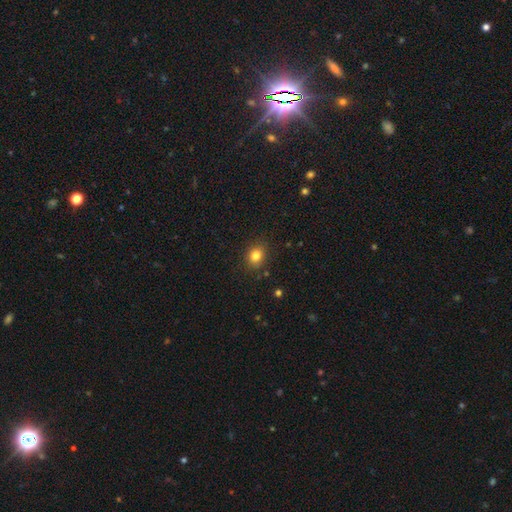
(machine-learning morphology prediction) type=smooth (82%); roundness=round (58%); merging=none (85%).